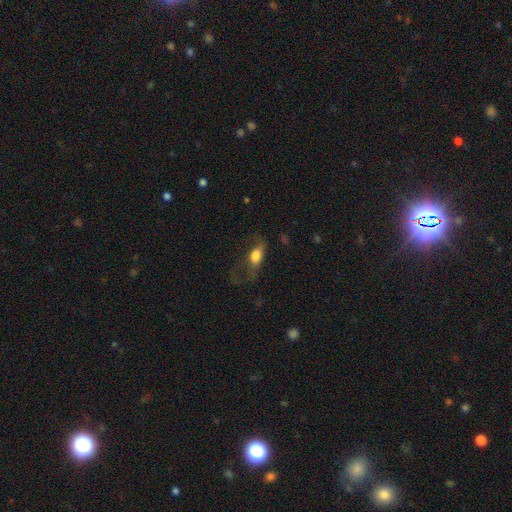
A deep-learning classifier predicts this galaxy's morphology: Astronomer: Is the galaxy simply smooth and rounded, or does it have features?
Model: smooth — 62%.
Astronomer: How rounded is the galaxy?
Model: in between — 77%.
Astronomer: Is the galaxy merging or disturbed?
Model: major disturbance — 47% (runner-up: none, 31%).